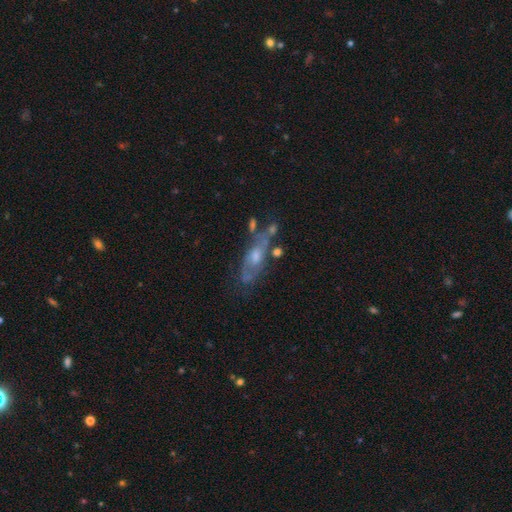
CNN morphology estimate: A featured or disk galaxy (69%) with no bar (69%), spiral arms (66%) and a moderate central bulge (56%).

Vote fractions:
- Smooth or featured? featured or disk: 69% / smooth: 20% / star or artifact: 10%
- Edge-on disk? no: 77% / yes: 23%
- Bar? no: 69% / weak: 26% / strong: 6%
- Spiral arms? yes: 66% / no: 34%
- Bulge size? moderate: 56% / small: 29% / large: 8% / none: 5% / dominant: 2%
- Merging? none: 48% / minor disturbance: 22% / major disturbance: 15% / merger: 15%